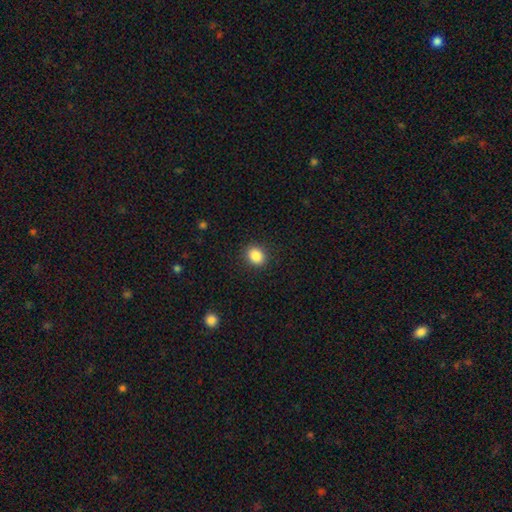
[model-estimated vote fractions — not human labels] smooth-or-featured: smooth: 87% | star or artifact: 9% | featured or disk: 4%
  how-rounded: round: 58% | in between: 41% | cigar-shaped: 1%
  merging: none: 89% | minor disturbance: 7% | major disturbance: 2% | merger: 1%